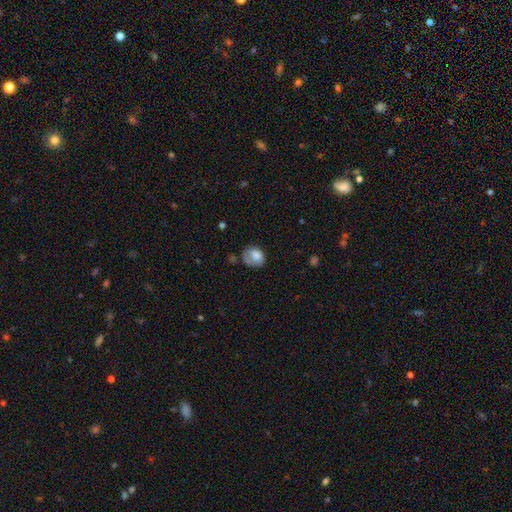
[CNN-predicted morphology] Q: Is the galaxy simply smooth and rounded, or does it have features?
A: smooth — 75%.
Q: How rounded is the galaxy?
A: in between — 52%.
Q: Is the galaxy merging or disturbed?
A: none — 44%.